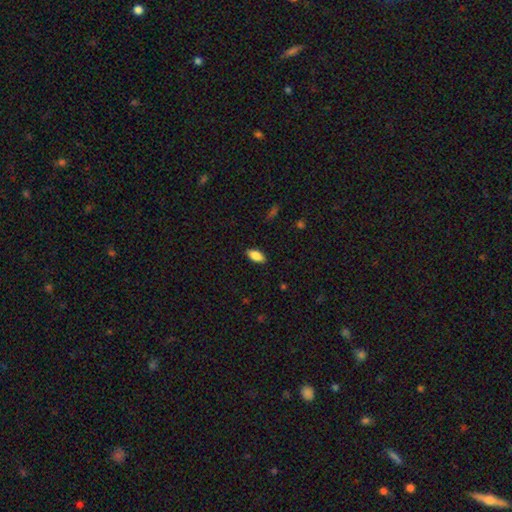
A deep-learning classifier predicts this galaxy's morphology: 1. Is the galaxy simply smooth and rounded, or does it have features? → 84% smooth, 9% featured or disk, 7% star or artifact.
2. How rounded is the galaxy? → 88% in between, 9% cigar-shaped, 2% round.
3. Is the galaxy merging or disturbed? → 88% none, 9% minor disturbance, 2% major disturbance, 1% merger.